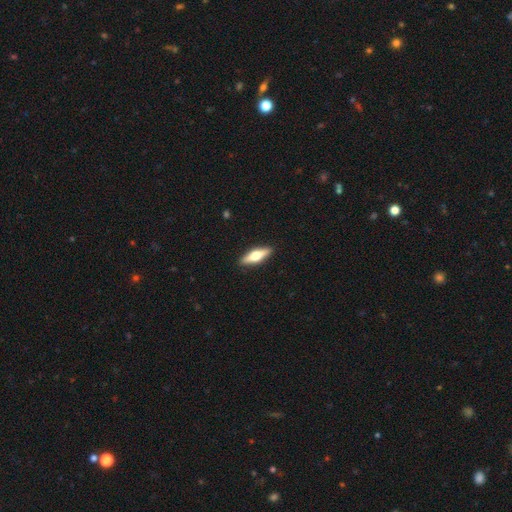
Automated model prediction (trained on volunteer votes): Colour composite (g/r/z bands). It shows a smooth galaxy with no disk features (47%, tied with featured or disk). Merging: none (91%).